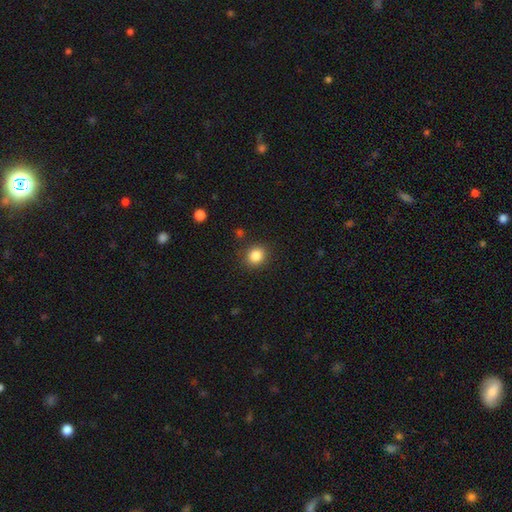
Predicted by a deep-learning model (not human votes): smooth-or-featured: smooth: 85% | star or artifact: 11% | featured or disk: 5%
  how-rounded: round: 75% | in between: 24% | cigar-shaped: 1%
  merging: none: 88% | minor disturbance: 8% | major disturbance: 3% | merger: 2%